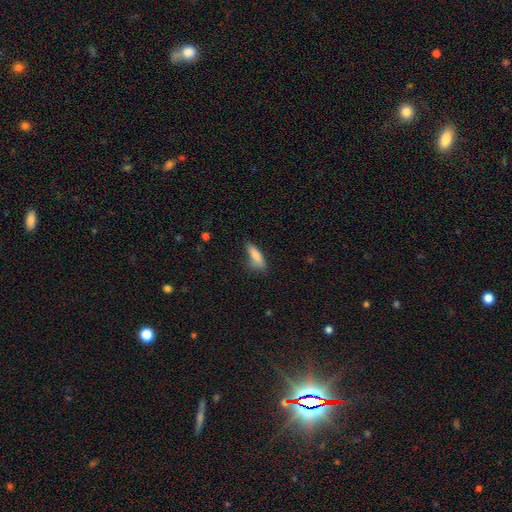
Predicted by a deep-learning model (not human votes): Q: Smooth or featured?
A: smooth (83%); runner-up: featured or disk (10%)
Q: How rounded?
A: cigar-shaped (51%); runner-up: in between (47%)
Q: Merging?
A: none (62%); runner-up: minor disturbance (28%)